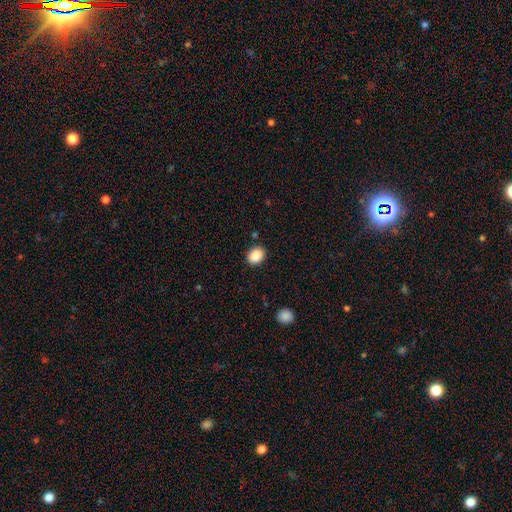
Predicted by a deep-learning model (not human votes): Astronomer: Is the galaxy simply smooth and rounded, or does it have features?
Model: smooth — 88%.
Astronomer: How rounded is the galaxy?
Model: in between — 54% (runner-up: round, 45%).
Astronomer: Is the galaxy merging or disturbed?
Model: none — 88%.